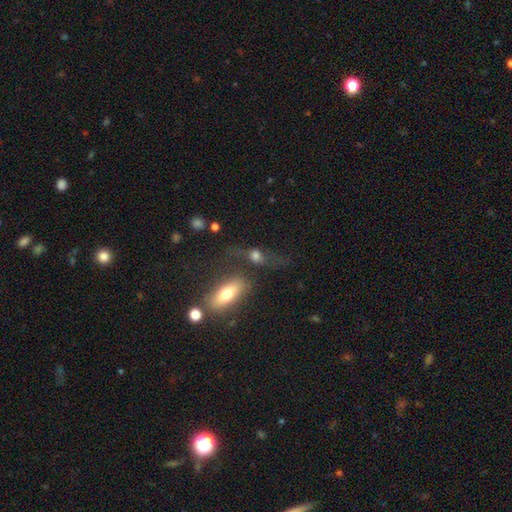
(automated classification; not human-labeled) A smooth galaxy with no disk features (58%) that is in between round and cigar-shaped (62%). Merging: none (44%).